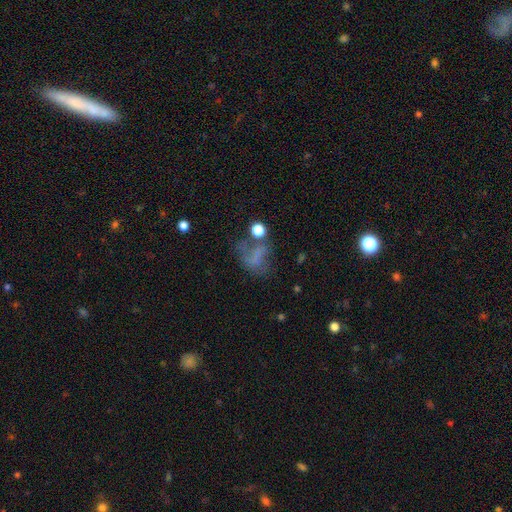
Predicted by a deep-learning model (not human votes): Smooth or featured? Predicted: smooth (p=0.46). Merging? Predicted: none (p=0.35).